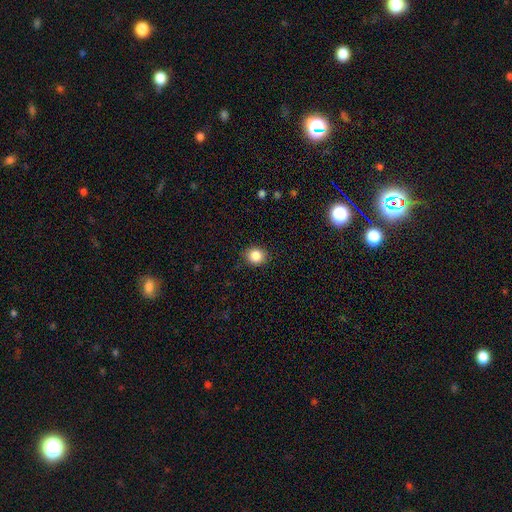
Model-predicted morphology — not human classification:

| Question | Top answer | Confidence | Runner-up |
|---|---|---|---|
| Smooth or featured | smooth | 86% | star or artifact (10%) |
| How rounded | round | 80% | in between (19%) |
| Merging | none | 88% | minor disturbance (9%) |